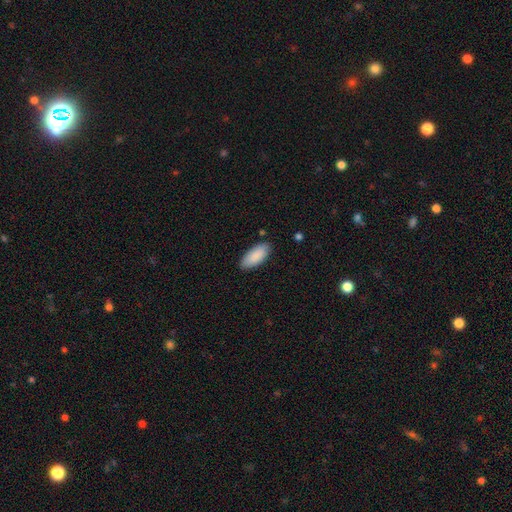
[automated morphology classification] Overall: smooth (89%). How rounded: in between (86%). Merging: none (85%).